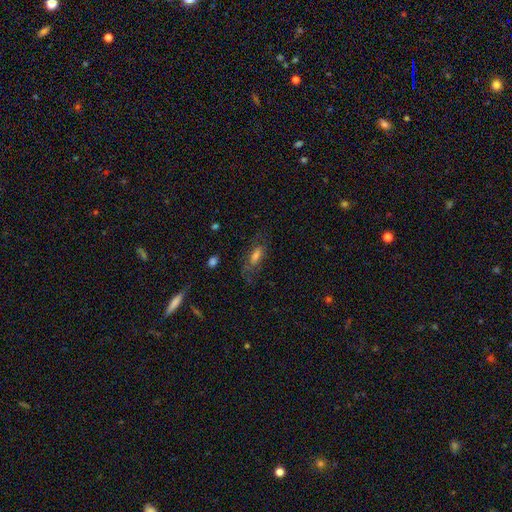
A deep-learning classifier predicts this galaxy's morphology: smooth_or_featured: smooth (p=0.55) [alt: featured or disk p=0.32]
how_rounded: in between (p=0.68) [alt: cigar-shaped p=0.28]
merging: none (p=0.60) [alt: minor disturbance p=0.21]